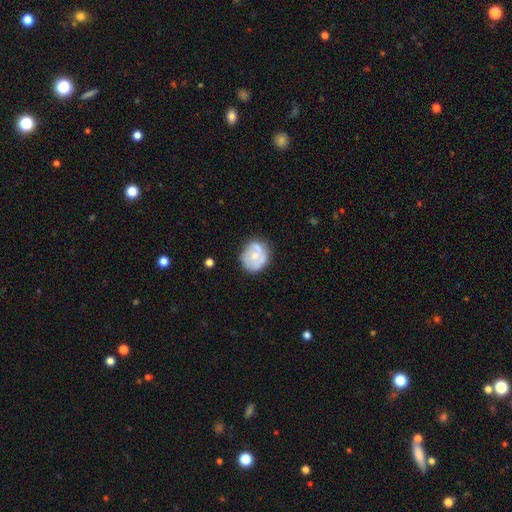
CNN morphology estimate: A featured or disk galaxy (49%).

Vote fractions:
- Smooth or featured? featured or disk: 49% / smooth: 45% / star or artifact: 6%
- Merging? none: 63% / minor disturbance: 24% / major disturbance: 9% / merger: 4%